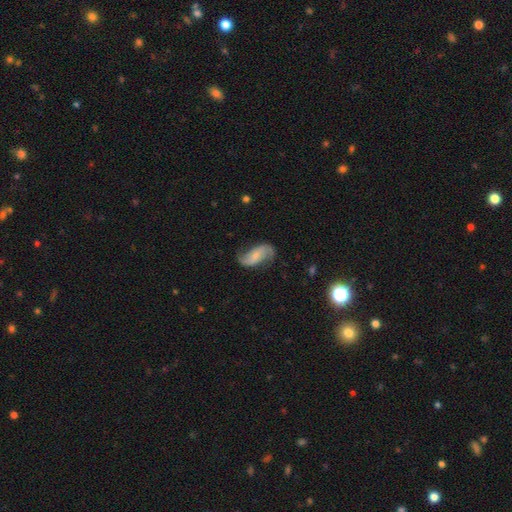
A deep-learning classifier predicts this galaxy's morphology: Smooth or featured?
  - featured or disk: 70% *
  - smooth: 24%
  - star or artifact: 7%
Edge-on disk?
  - no: 96% *
  - yes: 4%
Bar?
  - no: 42% *
  - weak: 39%
  - strong: 18%
Spiral arms?
  - yes: 94% *
  - no: 6%
Spiral winding?
  - loose: 73% *
  - medium: 21%
  - tight: 7%
Spiral arm count?
  - 2: 90% *
  - can't tell: 4%
  - 1: 3%
  - 3: 1%
  - 4: 1%
  - more than 4: 1%
Bulge size?
  - small: 40% *
  - none: 35%
  - moderate: 19%
  - large: 4%
  - dominant: 2%
Merging?
  - none: 67% *
  - minor disturbance: 21%
  - major disturbance: 10%
  - merger: 2%